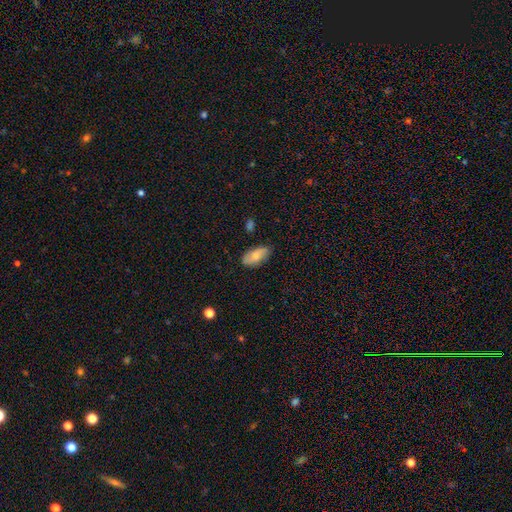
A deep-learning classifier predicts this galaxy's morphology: The model was most divided on "smooth or featured": smooth: 71%, featured or disk: 22%, star or artifact: 7%. More confident: how rounded — in between (92%); merging — none (77%).